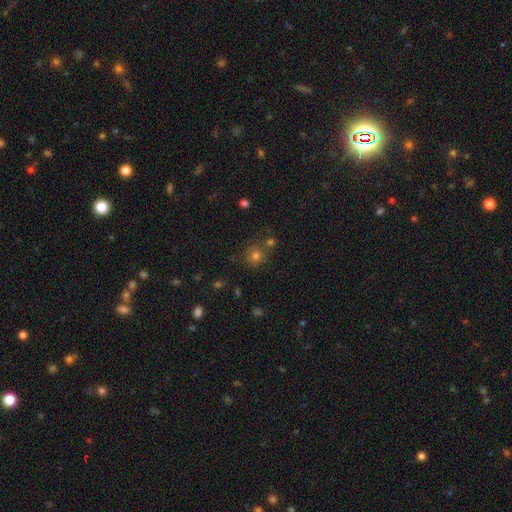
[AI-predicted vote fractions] Smooth or featured: smooth — 75% (star or artifact — 17%)
How rounded: round — 89% (in between — 10%)
Merging: none — 72% (merger — 14%)